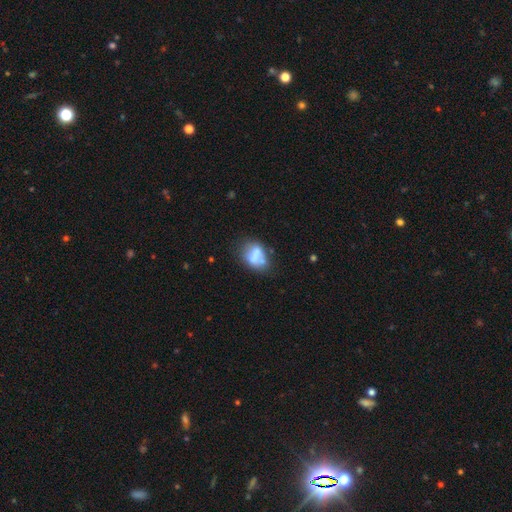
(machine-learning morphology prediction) Smooth or featured?
  - smooth: 58% *
  - featured or disk: 33%
  - star or artifact: 10%
How rounded?
  - in between: 69% *
  - round: 29%
  - cigar-shaped: 2%
Merging?
  - none: 40% *
  - merger: 26%
  - minor disturbance: 22%
  - major disturbance: 12%